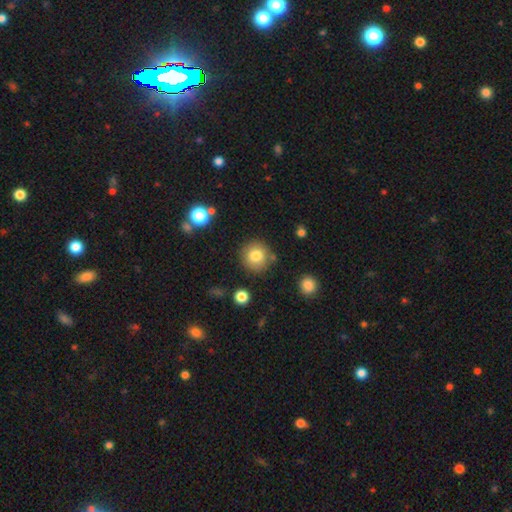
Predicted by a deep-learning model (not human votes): smooth-or-featured: smooth: 80% | featured or disk: 10% | star or artifact: 10%
  how-rounded: round: 93% | in between: 6% | cigar-shaped: 1%
  merging: none: 83% | minor disturbance: 10% | merger: 5% | major disturbance: 3%